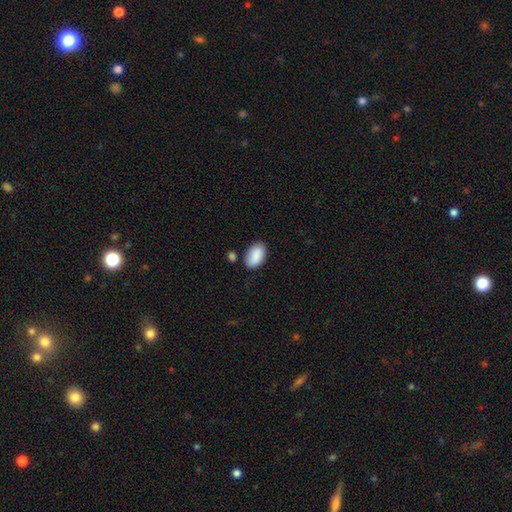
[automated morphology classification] Overall: smooth (90%). How rounded: in between (94%). Merging: none (77%).